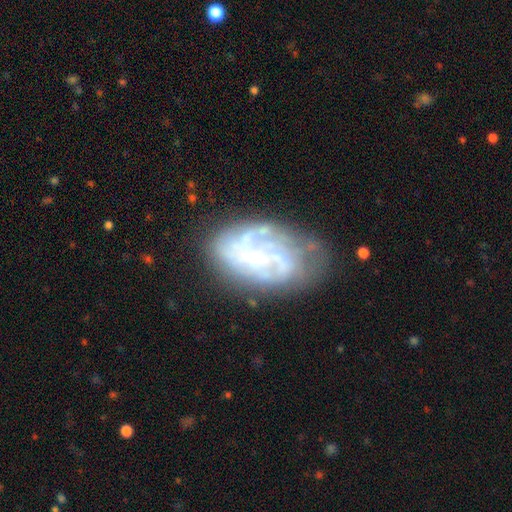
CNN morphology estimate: The model was most divided on "spiral winding": tight: 46%, medium: 36%, loose: 18%. Remaining: edge-on disk — no (97%); smooth or featured — featured or disk (75%); spiral arms — yes (72%); bulge size — small (56%); merging — none (54%); bar — no (53%); spiral arm count — can't tell (48%).